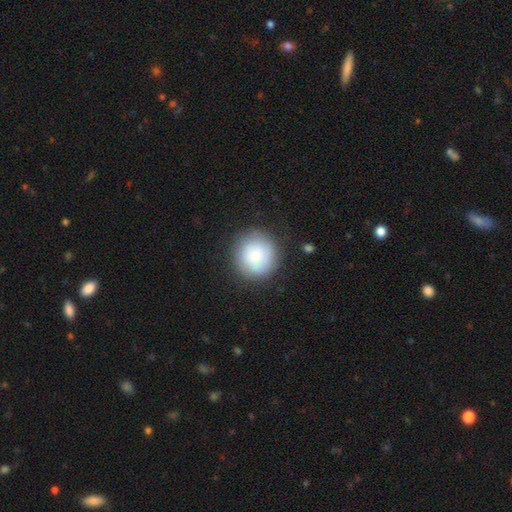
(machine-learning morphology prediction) smooth 77%, featured or disk 15%, star or artifact 7%. Down the decision tree: how rounded — round (92%); merging — none (82%).